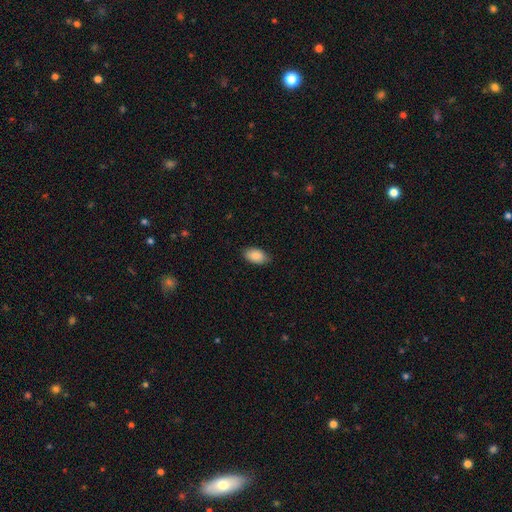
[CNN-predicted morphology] Smooth or featured? Predicted: smooth (p=0.88). How rounded? Predicted: in between (p=0.93). Merging? Predicted: none (p=0.84).